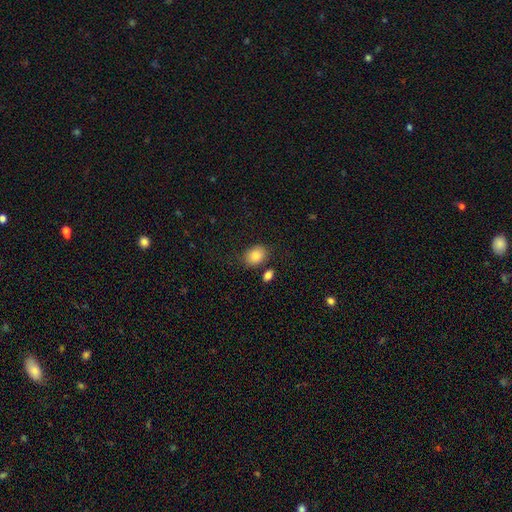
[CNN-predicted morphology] type=smooth (86%); roundness=in between (67%); merging=none (76%).